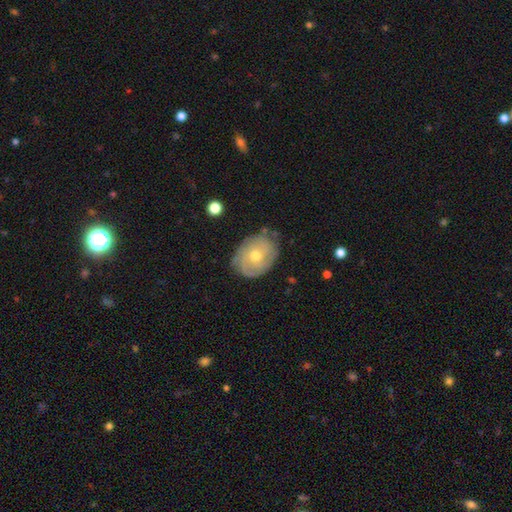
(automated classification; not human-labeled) Smooth or featured: featured or disk — 65% (smooth — 27%)
Edge-on disk: no — 95% (yes — 5%)
Bar: no — 80% (weak — 17%)
Spiral arms: yes — 80% (no — 20%)
Bulge size: moderate — 57% (small — 40%)
Merging: none — 72% (minor disturbance — 21%)